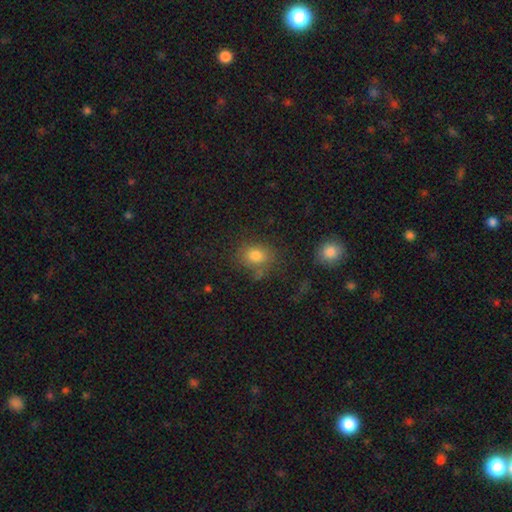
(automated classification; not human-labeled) Morphology: type=smooth (78%); roundness=round (53%); merging=none (68%).